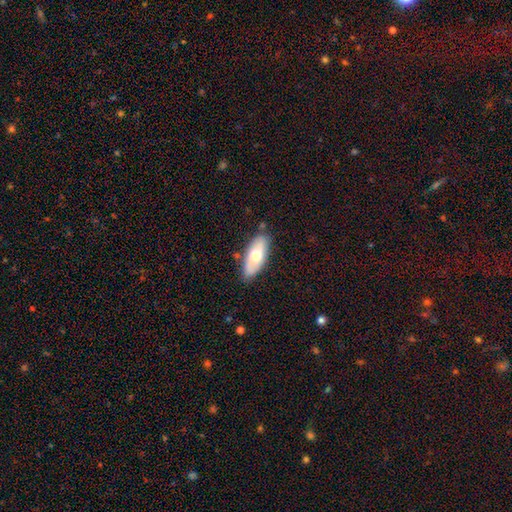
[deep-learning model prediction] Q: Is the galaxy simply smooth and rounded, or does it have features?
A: smooth — 63%.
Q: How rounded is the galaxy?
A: in between — 82%.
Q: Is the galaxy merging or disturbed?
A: none — 80%.